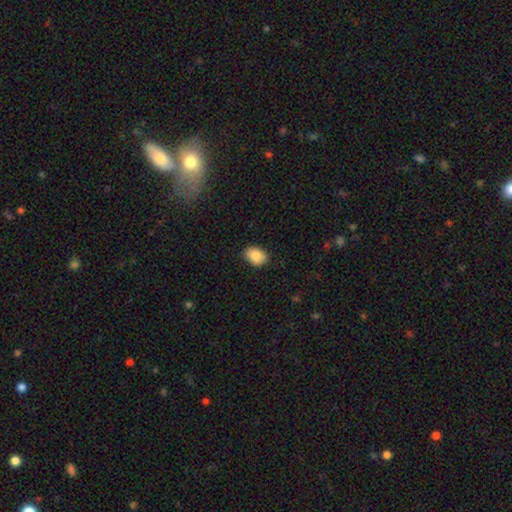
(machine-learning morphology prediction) Smooth or featured? smooth (88%)
How rounded? in between (77%)
Merging? none (84%)